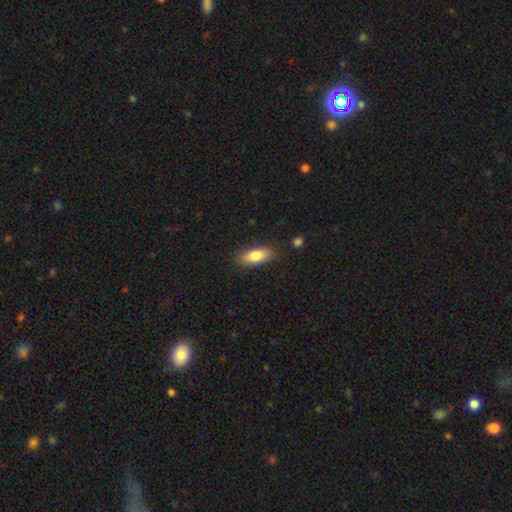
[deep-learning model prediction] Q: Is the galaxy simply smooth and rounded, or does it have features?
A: smooth — 83%.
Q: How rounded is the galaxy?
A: in between — 79%.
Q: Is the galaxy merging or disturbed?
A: none — 85%.